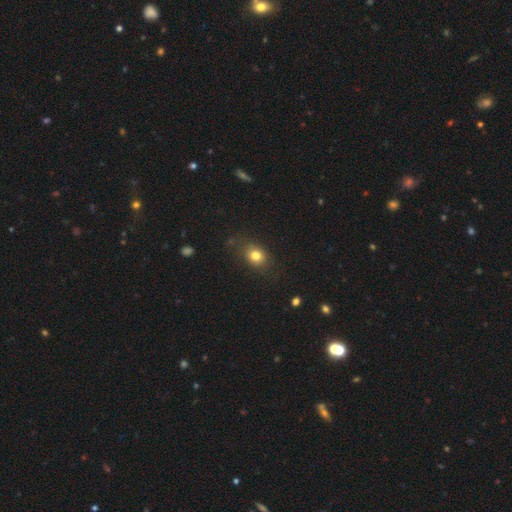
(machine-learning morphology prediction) A smooth galaxy with no disk features (79%) that is in between round and cigar-shaped (50%).

Vote fractions:
- Smooth or featured? smooth: 79% / star or artifact: 11% / featured or disk: 10%
- How rounded? in between: 50% / round: 49% / cigar-shaped: 1%
- Merging? none: 75% / minor disturbance: 17% / major disturbance: 7% / merger: 2%